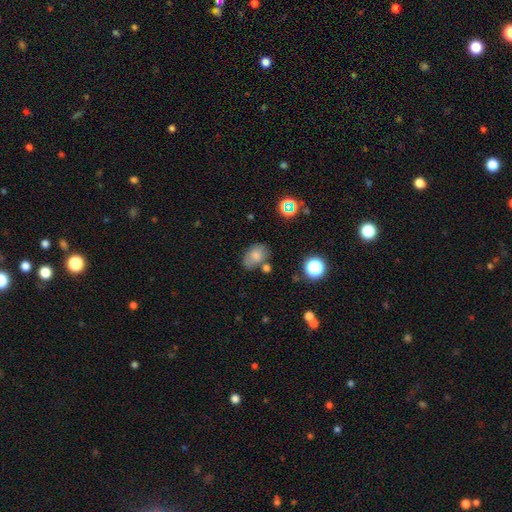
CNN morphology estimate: Overall: smooth (73%). How rounded: in between (78%). Merging: none (62%).